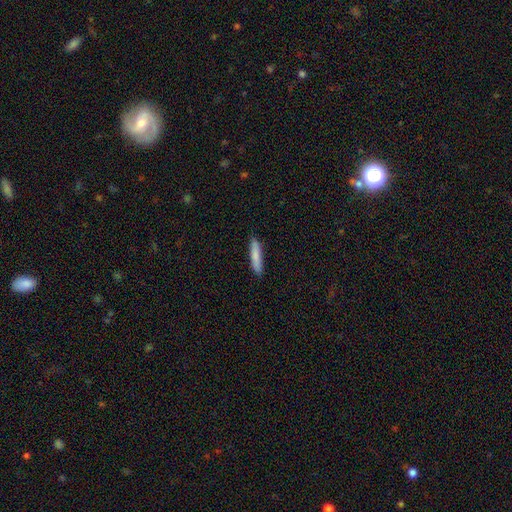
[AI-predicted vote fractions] Smooth or featured? smooth (83%)
How rounded? cigar-shaped (87%)
Merging? none (88%)